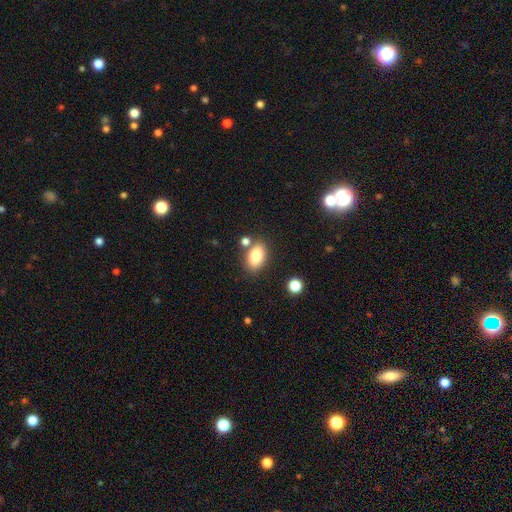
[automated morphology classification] type=smooth (82%); roundness=in between (88%); merging=none (75%).